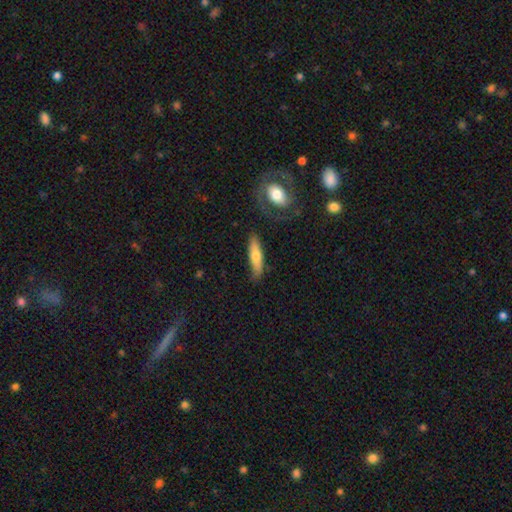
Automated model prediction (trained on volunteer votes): Smooth or featured? smooth (55%)
How rounded? cigar-shaped (70%)
Merging? none (78%)